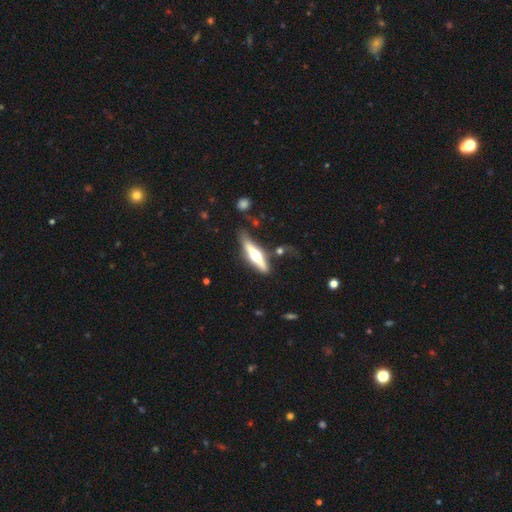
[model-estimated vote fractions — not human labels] Smooth or featured: featured or disk — 65% (smooth — 30%)
Edge-on disk: yes — 94% (no — 6%)
Edge-on bulge: rounded — 92% (boxy — 4%)
Merging: none — 72% (minor disturbance — 17%)